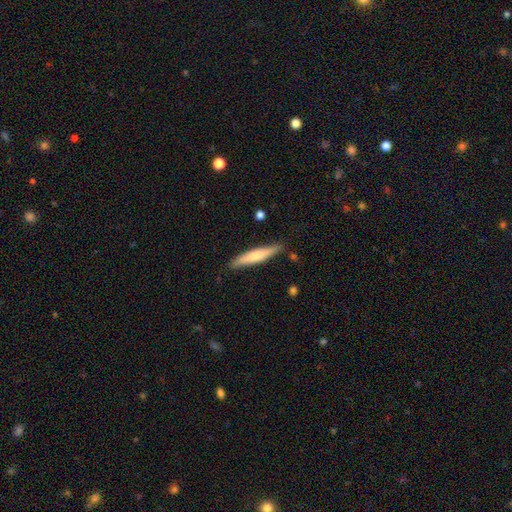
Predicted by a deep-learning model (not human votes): Q: Smooth or featured?
A: smooth (55%); runner-up: featured or disk (40%)
Q: How rounded?
A: cigar-shaped (88%); runner-up: in between (10%)
Q: Merging?
A: none (85%); runner-up: minor disturbance (11%)